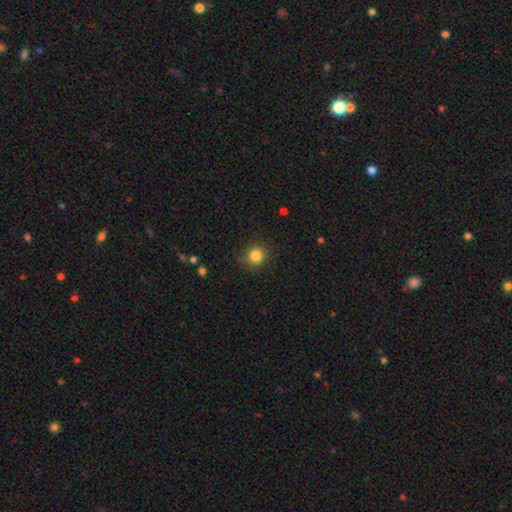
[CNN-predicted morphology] This appears to be a smooth galaxy with no disk features (84%) that is round (88%). Merging: none (87%).